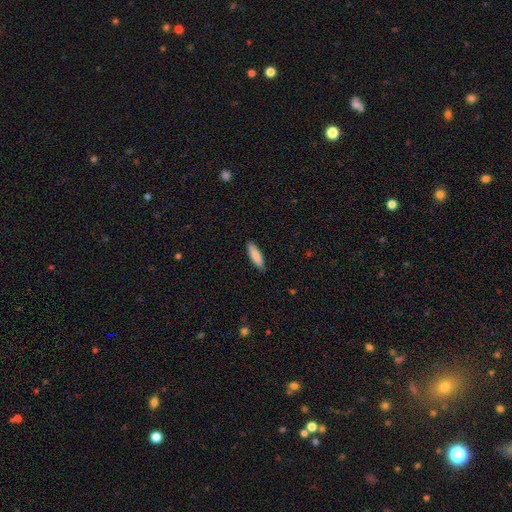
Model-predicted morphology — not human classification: Smooth or featured? smooth (84%)
How rounded? cigar-shaped (62%)
Merging? none (88%)